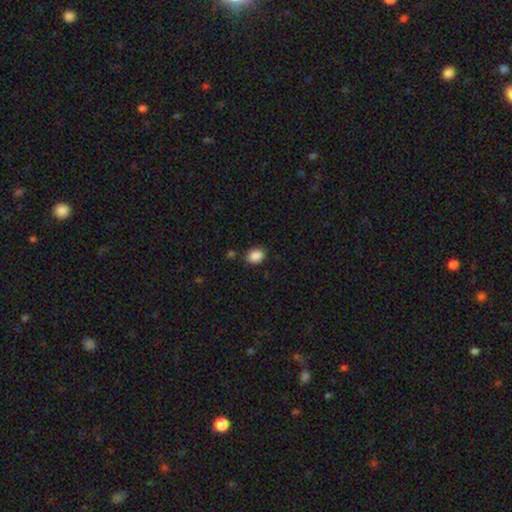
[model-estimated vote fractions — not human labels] smooth-or-featured: smooth: 88% | star or artifact: 9% | featured or disk: 3%
  how-rounded: in between: 57% | round: 42% | cigar-shaped: 1%
  merging: none: 83% | minor disturbance: 11% | major disturbance: 3% | merger: 3%